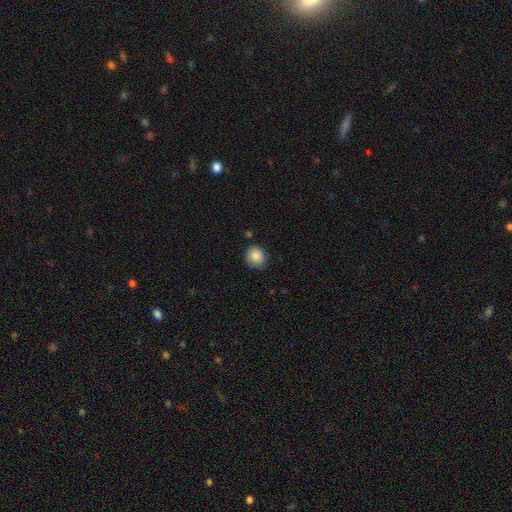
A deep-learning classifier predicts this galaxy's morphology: Smooth or featured? Predicted: smooth (p=0.87). How rounded? Predicted: round (p=0.82). Merging? Predicted: none (p=0.79).